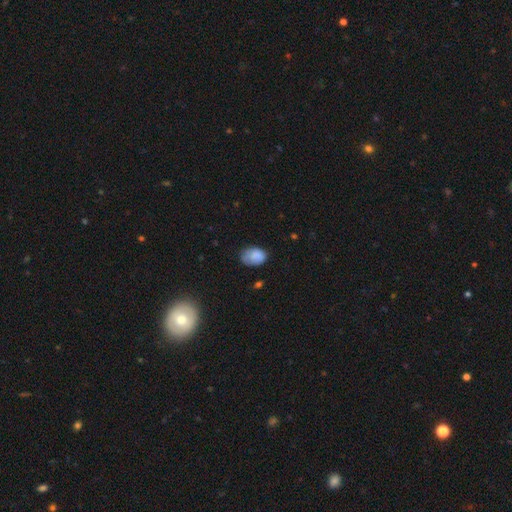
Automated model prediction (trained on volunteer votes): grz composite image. It shows a smooth galaxy with no disk features (82%) that is in between round and cigar-shaped (78%). Merging: none (54%).